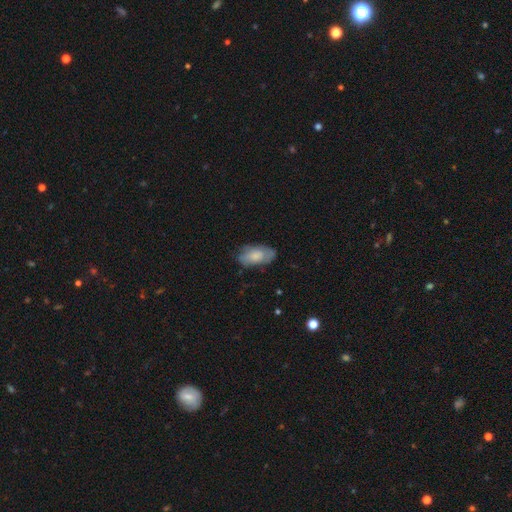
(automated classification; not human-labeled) A smooth galaxy with no disk features (71%) that is in between round and cigar-shaped (93%). Merging: none (66%).